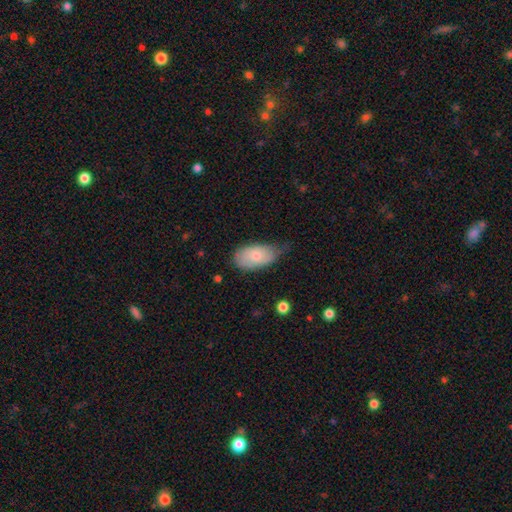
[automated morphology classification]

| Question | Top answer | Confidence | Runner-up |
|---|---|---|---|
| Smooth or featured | smooth | 73% | featured or disk (20%) |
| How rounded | in between | 92% | round (6%) |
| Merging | minor disturbance | 44% | none (41%) |